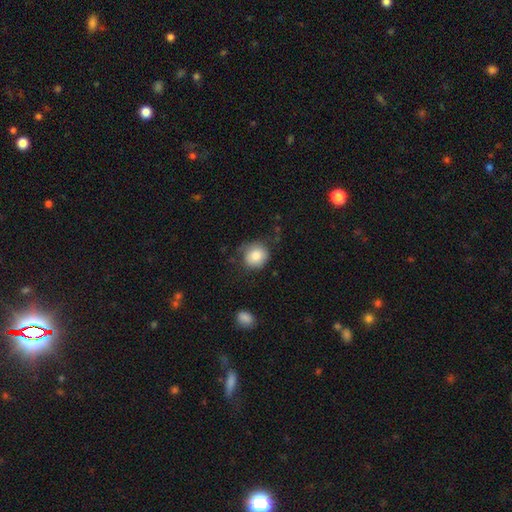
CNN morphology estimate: smooth-or-featured: smooth: 81% | featured or disk: 10% | star or artifact: 8%
  how-rounded: round: 82% | in between: 17% | cigar-shaped: 1%
  merging: none: 64% | minor disturbance: 26% | major disturbance: 9% | merger: 2%